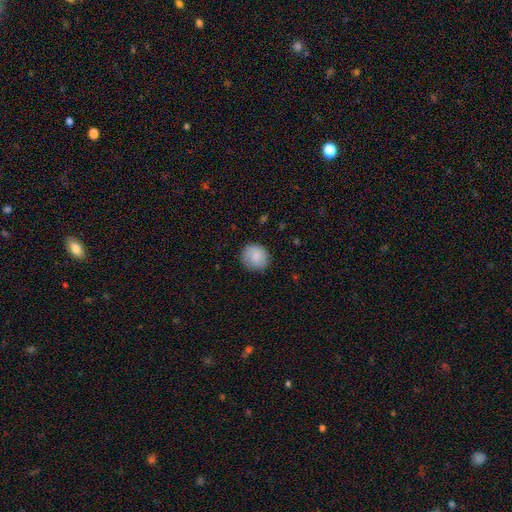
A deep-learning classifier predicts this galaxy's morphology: smooth 84%, featured or disk 9%, star or artifact 7%. Down the decision tree: how rounded — round (89%); merging — none (83%).